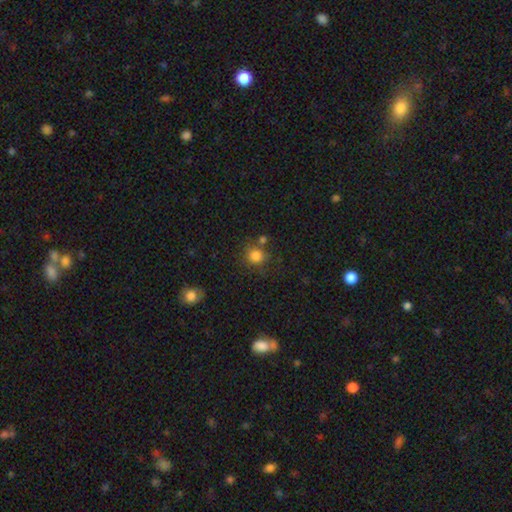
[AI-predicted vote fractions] This is clearly a smooth galaxy (82%). How rounded: clearly round (88%). Merging: likely none (71%).